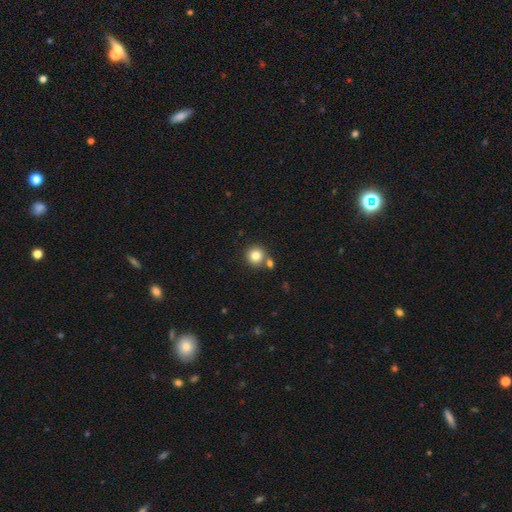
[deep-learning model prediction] The model was most divided on "merging": none: 72%, merger: 18%, minor disturbance: 8%, major disturbance: 2%. More confident: how rounded — round (92%); smooth or featured — smooth (82%).